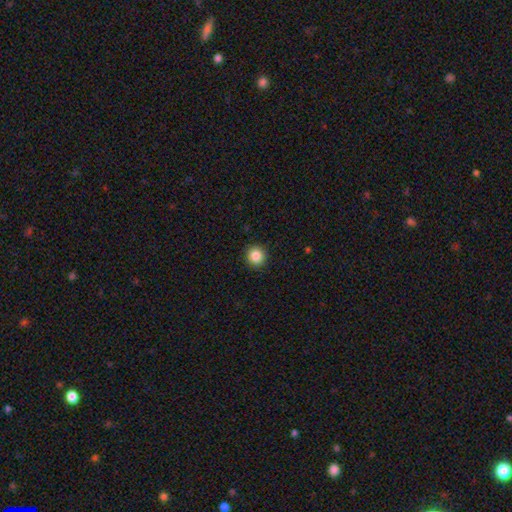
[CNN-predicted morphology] A smooth galaxy with no disk features (86%) that is round (94%). Merging: none (92%).